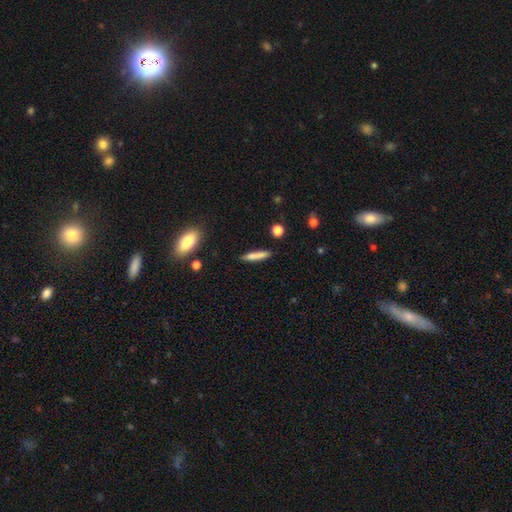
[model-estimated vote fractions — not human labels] This is likely a smooth galaxy (78%). How rounded: clearly cigar-shaped (89%). Merging: clearly none (86%).